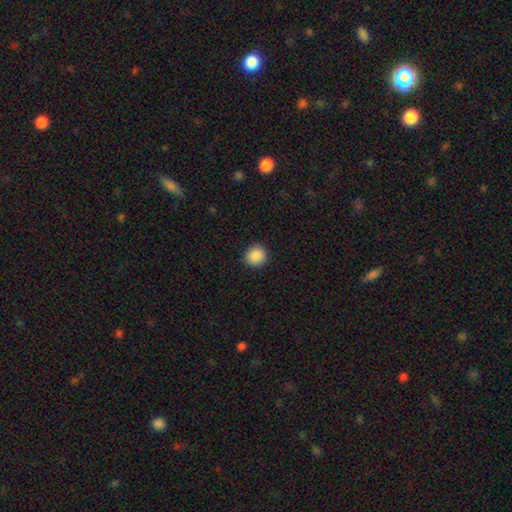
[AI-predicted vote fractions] Overall: smooth (89%). How rounded: round (91%). Merging: none (91%).